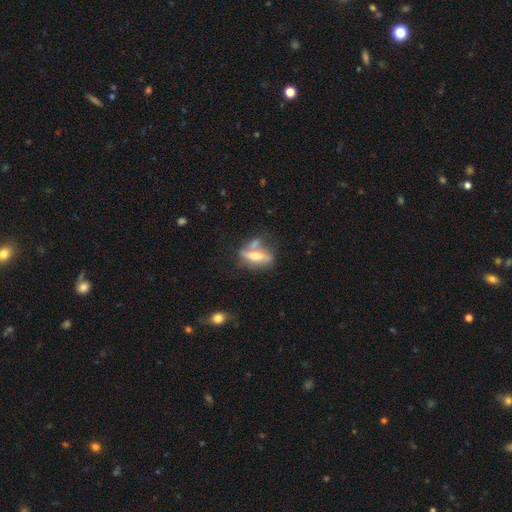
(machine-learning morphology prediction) Smooth or featured? featured or disk (51%)
Edge-on disk? yes (52%)
Merging? none (47%)